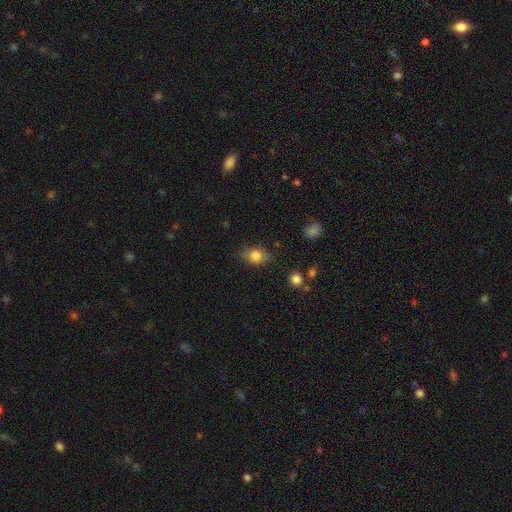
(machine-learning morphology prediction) The model was most divided on "how rounded": in between: 68%, round: 29%, cigar-shaped: 3%. More confident: smooth or featured — smooth (78%); merging — none (75%).